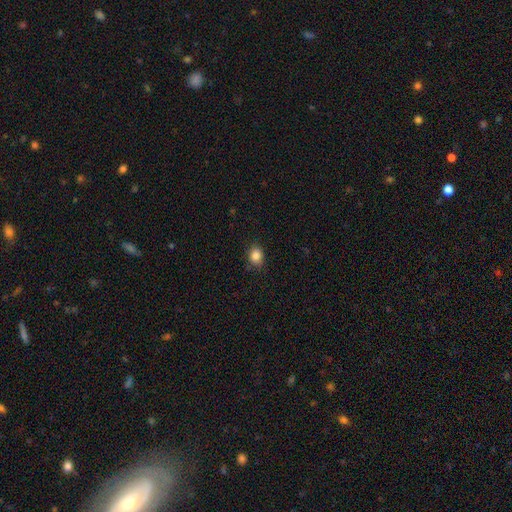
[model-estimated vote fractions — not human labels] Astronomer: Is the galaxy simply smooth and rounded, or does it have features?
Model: smooth — 85%.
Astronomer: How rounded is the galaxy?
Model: in between — 50% (runner-up: round, 49%).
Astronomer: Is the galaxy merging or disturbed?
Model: none — 85%.